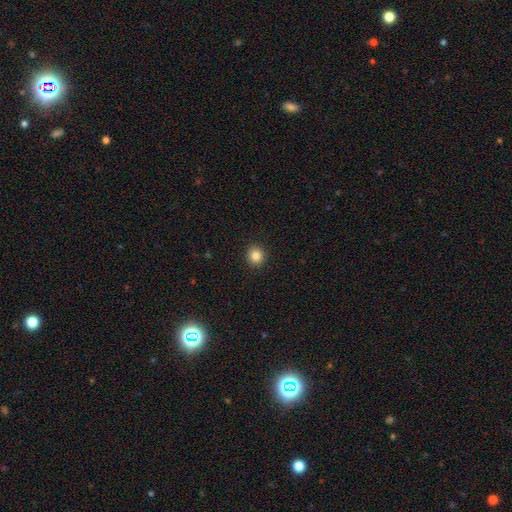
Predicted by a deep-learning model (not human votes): This appears to be a smooth galaxy with no disk features (85%) that is round (88%). Merging: none (92%).